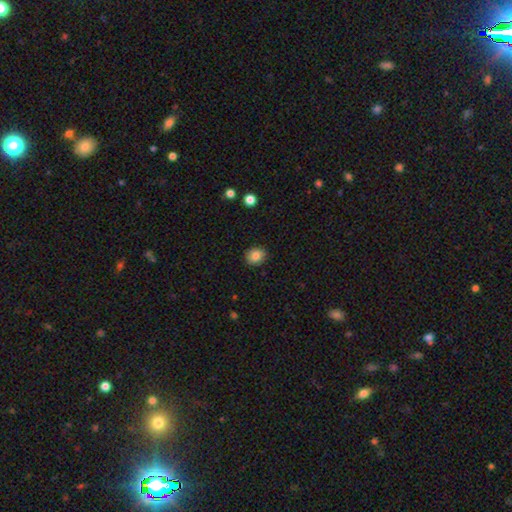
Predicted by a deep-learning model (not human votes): Smooth or featured: smooth — 84% (star or artifact — 9%)
How rounded: round — 64% (in between — 35%)
Merging: none — 87% (minor disturbance — 10%)